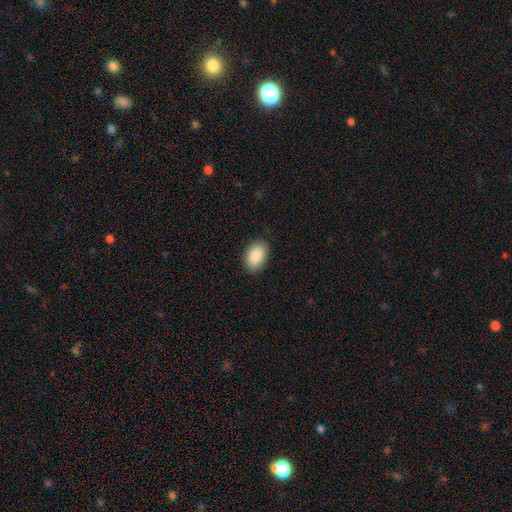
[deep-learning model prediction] smooth-or-featured: smooth: 90% | star or artifact: 6% | featured or disk: 4%
  how-rounded: in between: 89% | round: 10% | cigar-shaped: 1%
  merging: none: 86% | minor disturbance: 11% | major disturbance: 2% | merger: 1%